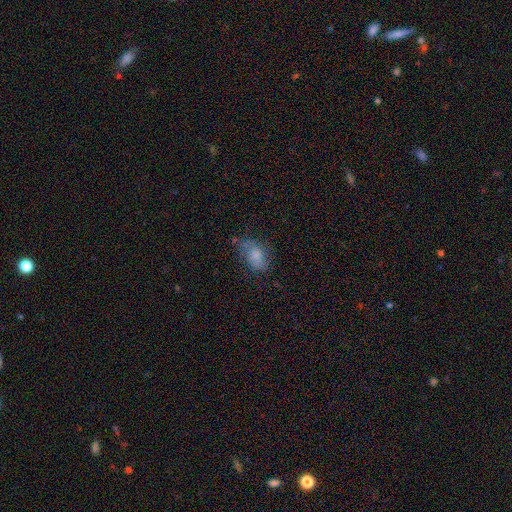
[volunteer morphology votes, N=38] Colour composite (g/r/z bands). It shows a smooth galaxy with no disk features (87%) that is in between round and cigar-shaped (70%). Merging: none (57%).